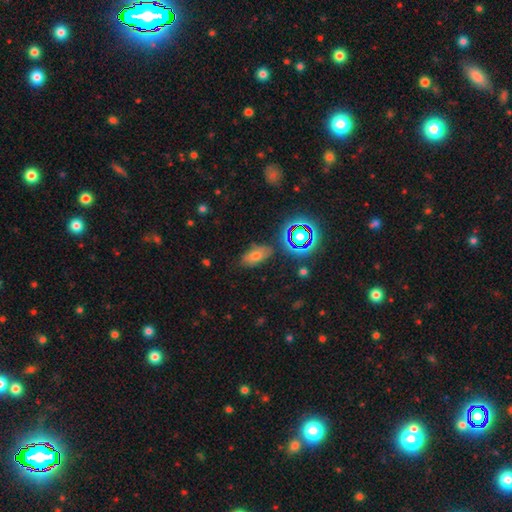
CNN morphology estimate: smooth 57%, star or artifact 25%, featured or disk 18%. Down the decision tree: how rounded — in between (85%); merging — none (74%).